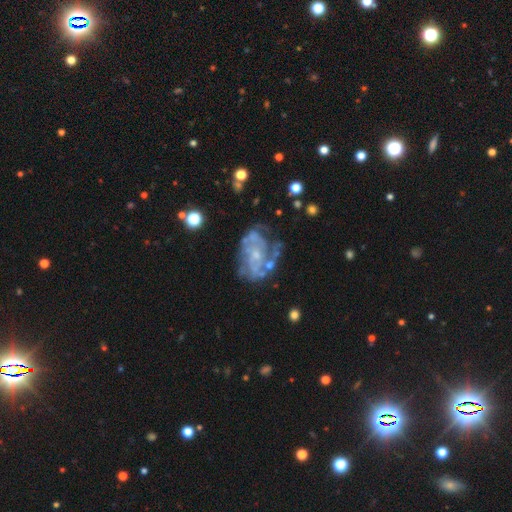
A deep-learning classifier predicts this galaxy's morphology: This appears to be a featured or disk galaxy (79%) with no bar (70%), tight (42%) spiral arms (74%) and a small central bulge (64%). Merging: none (53%).